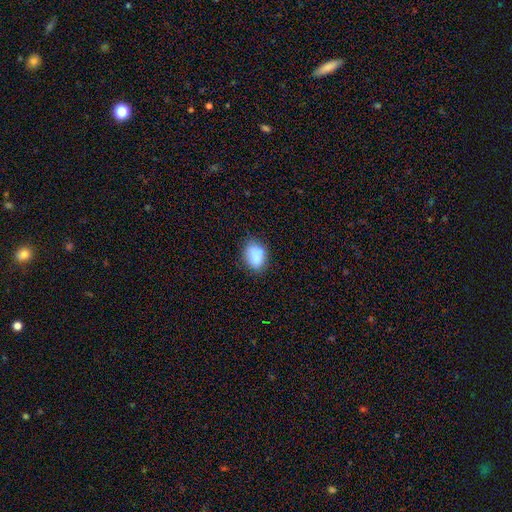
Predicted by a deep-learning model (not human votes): A smooth galaxy with no disk features (85%) that is in between round and cigar-shaped (72%). Merging: none (70%).